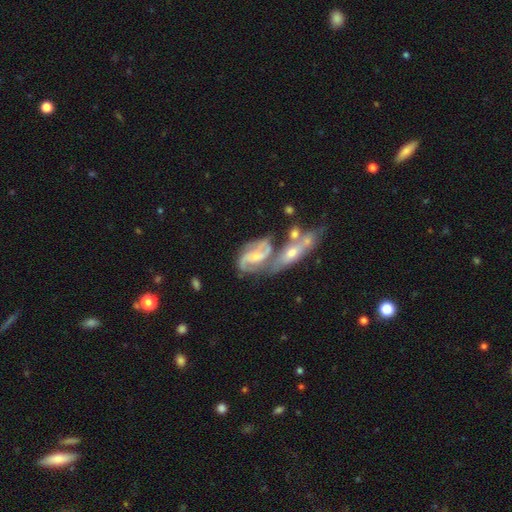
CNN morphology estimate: smooth_or_featured: featured or disk (p=0.83) [alt: smooth p=0.11]
disk_edge_on: no (p=0.95) [alt: yes p=0.05]
bar: weak (p=0.44) [alt: no p=0.40]
has_spiral_arms: yes (p=0.95) [alt: no p=0.05]
spiral_winding: medium (p=0.52) [alt: loose p=0.26]
spiral_arm_count: 2 (p=0.78) [alt: 3 p=0.08]
bulge_size: small (p=0.53) [alt: moderate p=0.34]
merging: merger (p=0.45) [alt: none p=0.30]